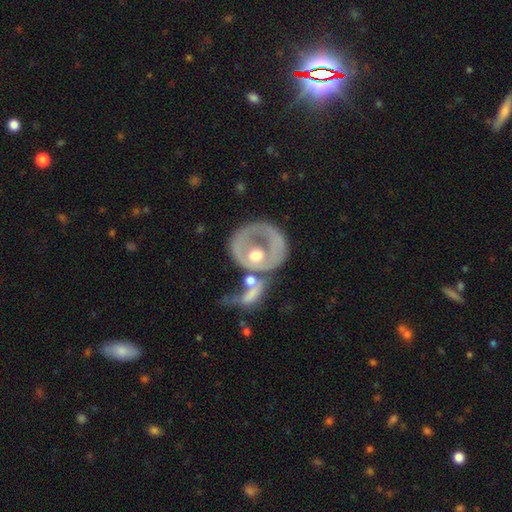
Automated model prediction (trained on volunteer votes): A featured or disk galaxy (62%) with no bar (85%), no spiral arms (79%) and a moderate central bulge (72%). Merging: merger (33%).